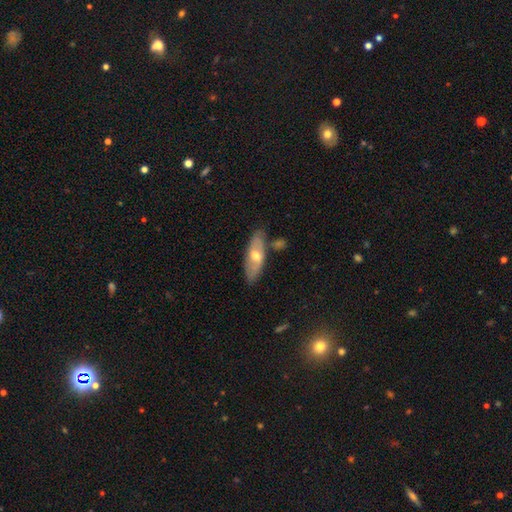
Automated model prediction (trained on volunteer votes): smooth 48%, featured or disk 46%, star or artifact 6%. Down the decision tree: merging — none (77%).